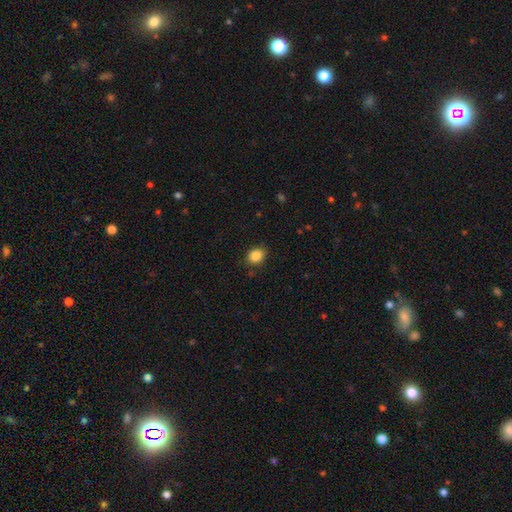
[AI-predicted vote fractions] A smooth galaxy with no disk features (86%) that is round (54%).

Vote fractions:
- Smooth or featured? smooth: 86% / star or artifact: 10% / featured or disk: 4%
- How rounded? round: 54% / in between: 45% / cigar-shaped: 1%
- Merging? none: 81% / minor disturbance: 14% / major disturbance: 3% / merger: 1%